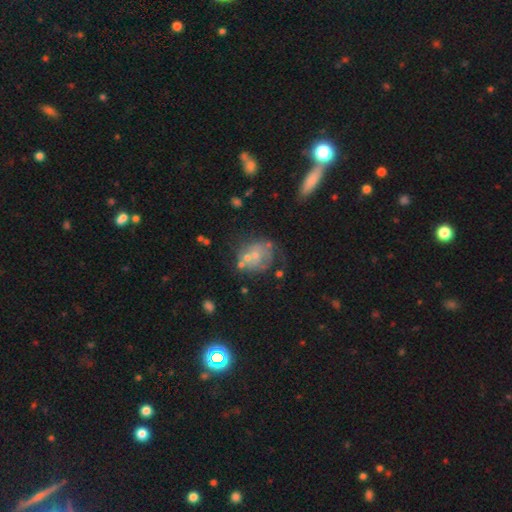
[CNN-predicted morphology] featured or disk 57%, smooth 28%, star or artifact 15%. Down the decision tree: edge-on disk — no (96%); bar — no (79%); spiral arms — yes (61%); bulge size — small (63%); merging — none (44%).